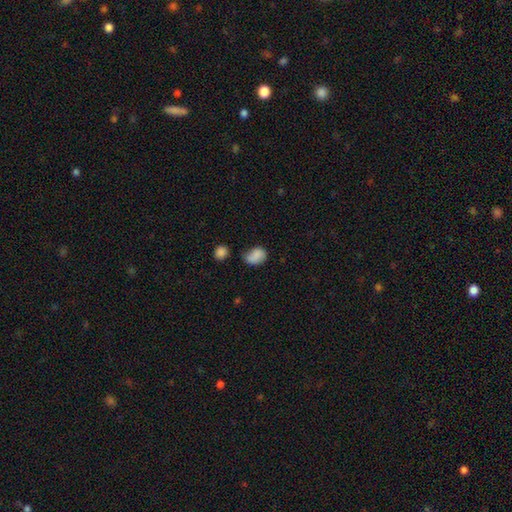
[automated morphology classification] smooth 82%, star or artifact 9%, featured or disk 9%. Down the decision tree: how rounded — in between (69%); merging — none (47%).